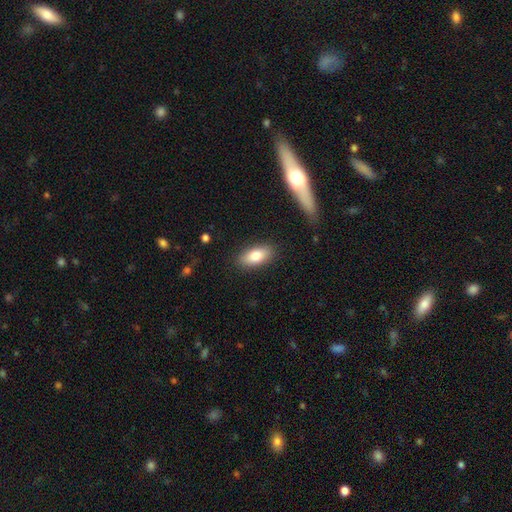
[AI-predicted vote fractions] Smooth or featured? Predicted: smooth (p=0.80). How rounded? Predicted: in between (p=0.88). Merging? Predicted: none (p=0.87).